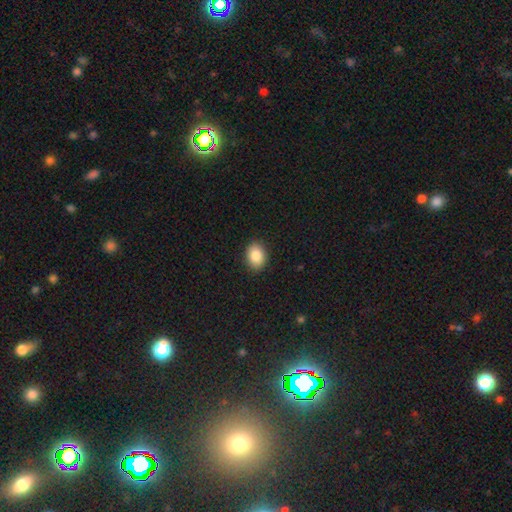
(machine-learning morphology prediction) type=smooth (87%); roundness=in between (68%); merging=none (89%).